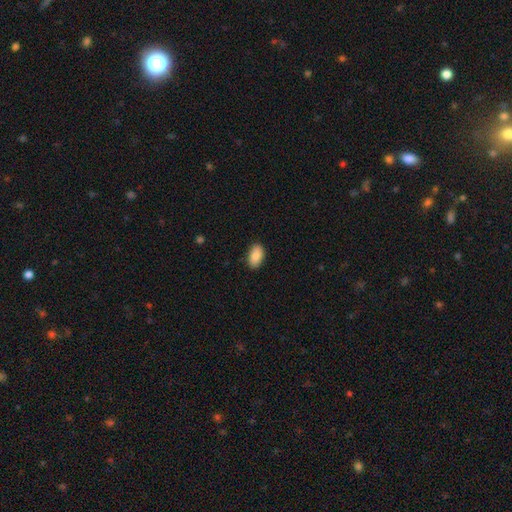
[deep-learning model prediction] Smooth or featured? Predicted: smooth (p=0.88). How rounded? Predicted: in between (p=0.93). Merging? Predicted: none (p=0.88).